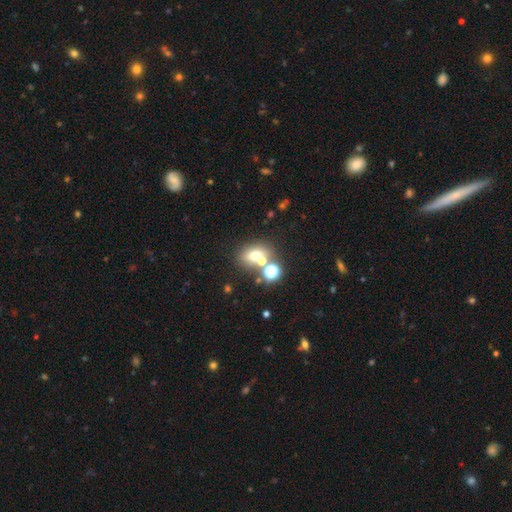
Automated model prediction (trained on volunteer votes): smooth-or-featured: smooth: 62% | star or artifact: 21% | featured or disk: 16%
  how-rounded: in between: 52% | round: 46% | cigar-shaped: 2%
  merging: none: 55% | merger: 30% | minor disturbance: 10% | major disturbance: 5%